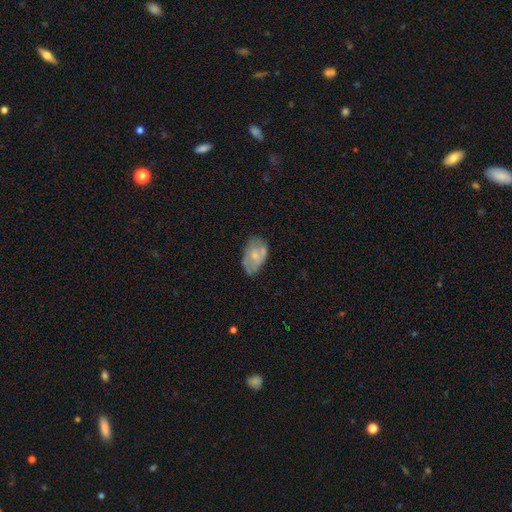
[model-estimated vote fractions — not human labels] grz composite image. It shows a smooth galaxy with no disk features (53%) that is in between round and cigar-shaped (89%). Merging: none (51%).